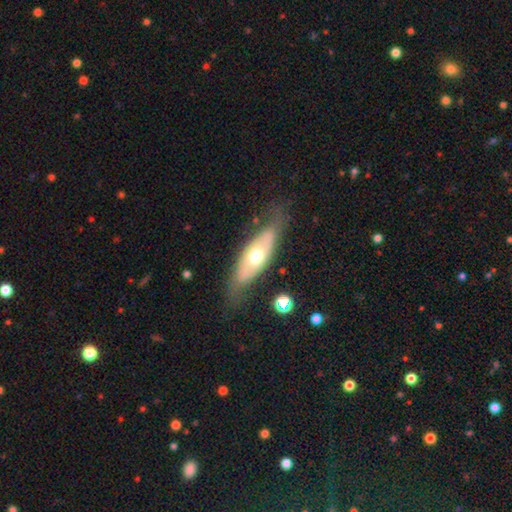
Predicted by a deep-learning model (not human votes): Smooth or featured? Predicted: featured or disk (p=0.54). Edge-on disk? Predicted: no (p=0.65). Merging? Predicted: none (p=0.72).